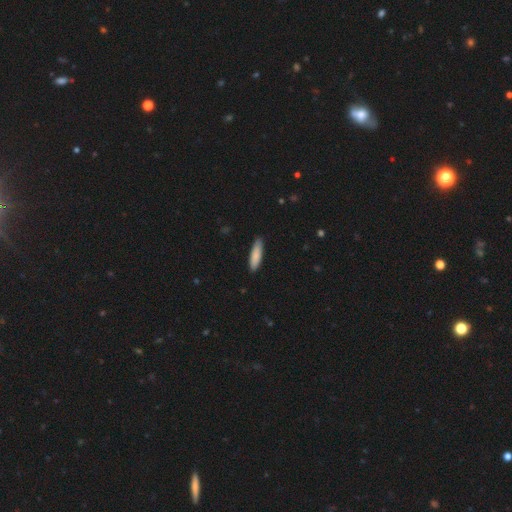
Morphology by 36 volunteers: type=smooth (83%); roundness=cigar-shaped (57%); merging=none (88%).